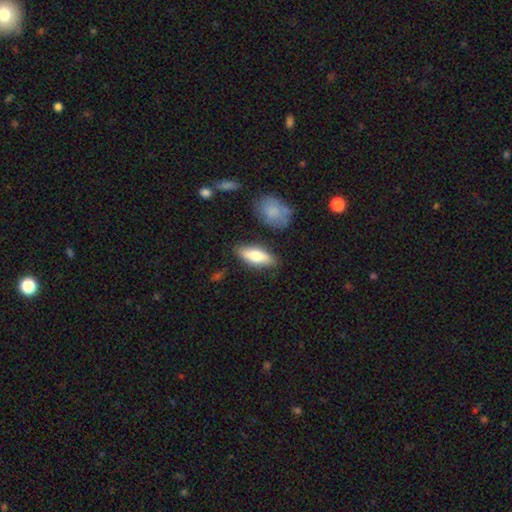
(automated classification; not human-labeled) smooth 68%, featured or disk 26%, star or artifact 6%. Down the decision tree: how rounded — in between (70%); merging — none (81%).